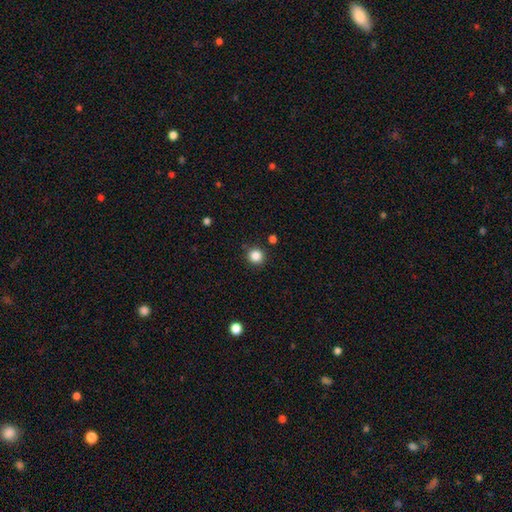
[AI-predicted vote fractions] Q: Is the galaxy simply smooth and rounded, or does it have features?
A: smooth — 85%.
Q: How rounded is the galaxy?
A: round — 94%.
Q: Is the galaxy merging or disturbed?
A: none — 89%.